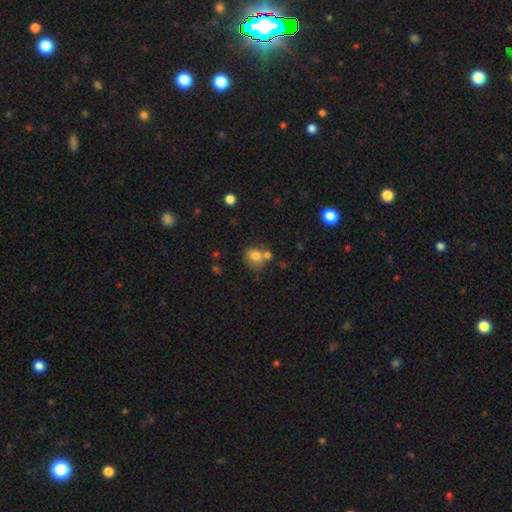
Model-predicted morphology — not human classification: smooth_or_featured: smooth (p=0.77) [alt: star or artifact p=0.12]
how_rounded: round (p=0.67) [alt: in between p=0.32]
merging: none (p=0.49) [alt: merger p=0.30]